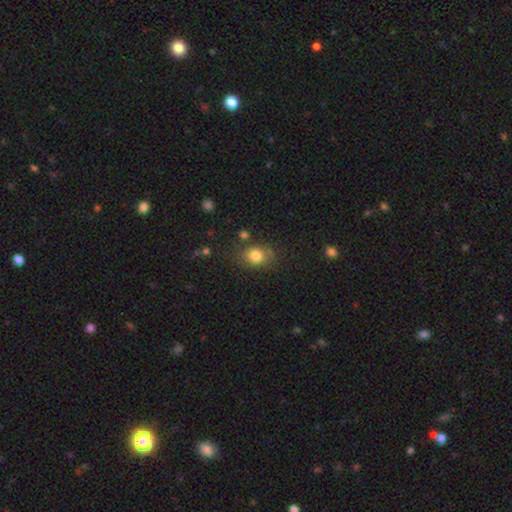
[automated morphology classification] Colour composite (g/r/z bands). It shows a smooth galaxy with no disk features (81%) that is round (52%). Merging: none (74%).